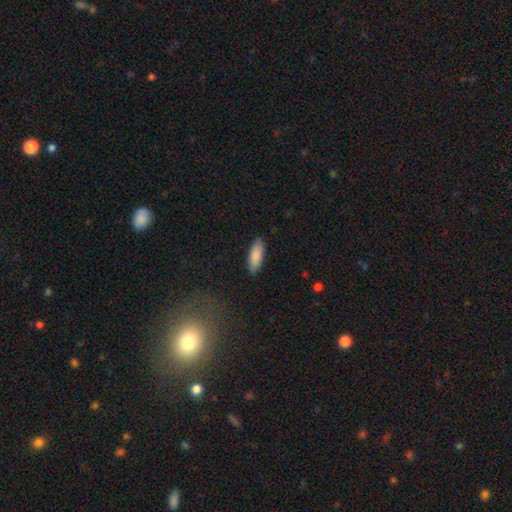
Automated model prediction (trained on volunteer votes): smooth-or-featured: smooth: 88% | featured or disk: 6% | star or artifact: 5%
  how-rounded: in between: 70% | cigar-shaped: 29% | round: 2%
  merging: none: 88% | minor disturbance: 9% | major disturbance: 2% | merger: 1%